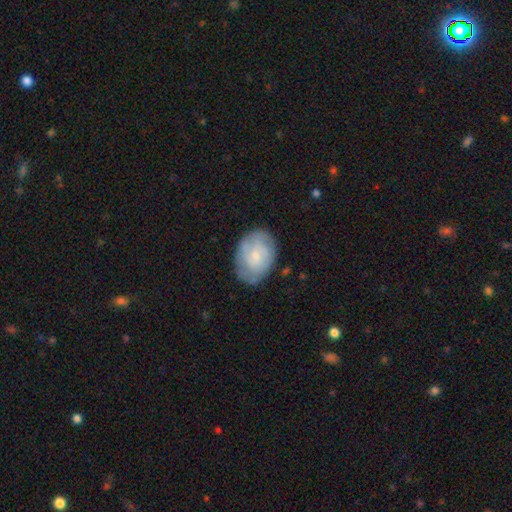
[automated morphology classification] A featured or disk galaxy (47%, tied with smooth). Merging: none (74%).